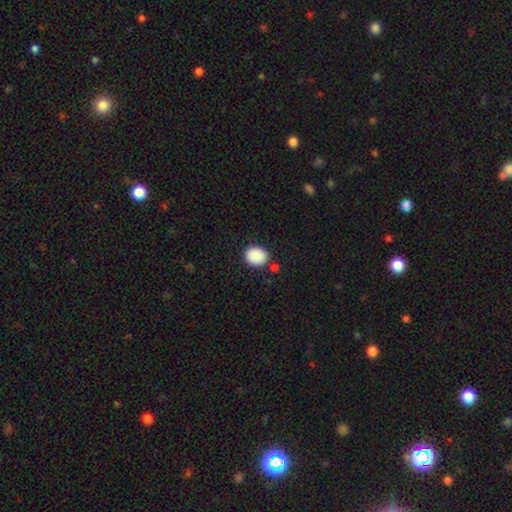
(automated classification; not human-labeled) Q: Smooth or featured?
A: smooth (89%); runner-up: star or artifact (8%)
Q: How rounded?
A: round (66%); runner-up: in between (33%)
Q: Merging?
A: none (82%); runner-up: minor disturbance (10%)